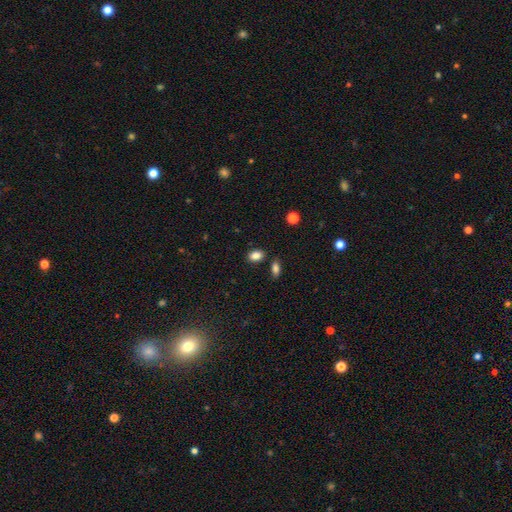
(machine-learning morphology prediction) Smooth or featured? Predicted: smooth (p=0.86). How rounded? Predicted: in between (p=0.81). Merging? Predicted: none (p=0.80).